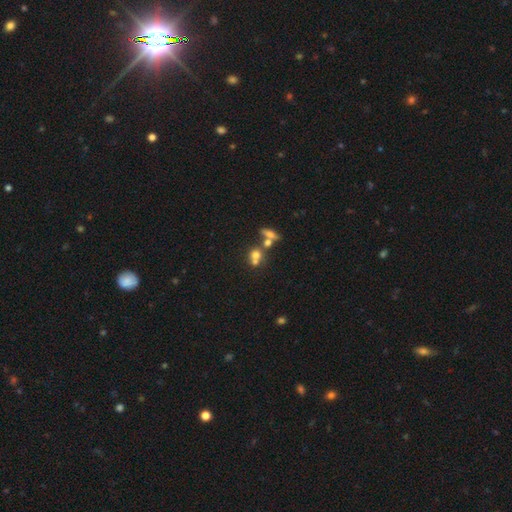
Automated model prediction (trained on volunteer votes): smooth-or-featured: smooth: 63% | featured or disk: 20% | star or artifact: 16%
  how-rounded: round: 73% | in between: 24% | cigar-shaped: 3%
  merging: merger: 50% | none: 37% | minor disturbance: 8% | major disturbance: 5%